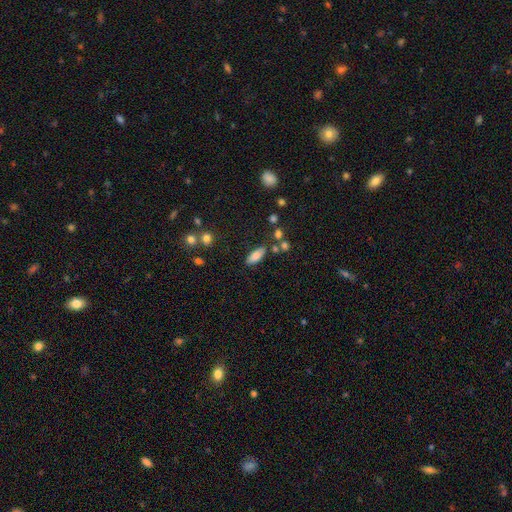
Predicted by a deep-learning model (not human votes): Smooth or featured? Predicted: smooth (p=0.80). How rounded? Predicted: in between (p=0.80). Merging? Predicted: none (p=0.75).